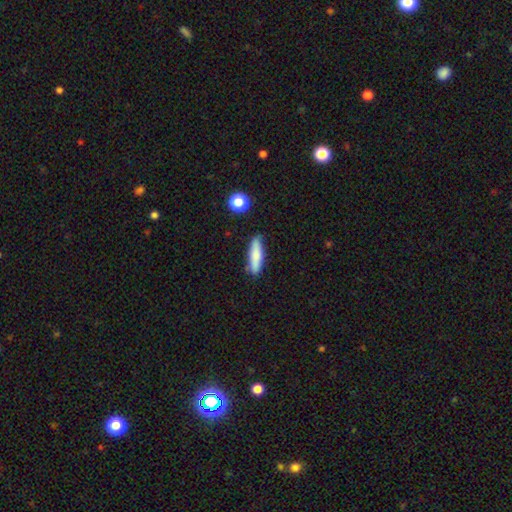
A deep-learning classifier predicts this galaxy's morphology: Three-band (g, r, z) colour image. It shows a smooth galaxy with no disk features (76%) that is cigar-shaped (70%). Merging: none (76%).